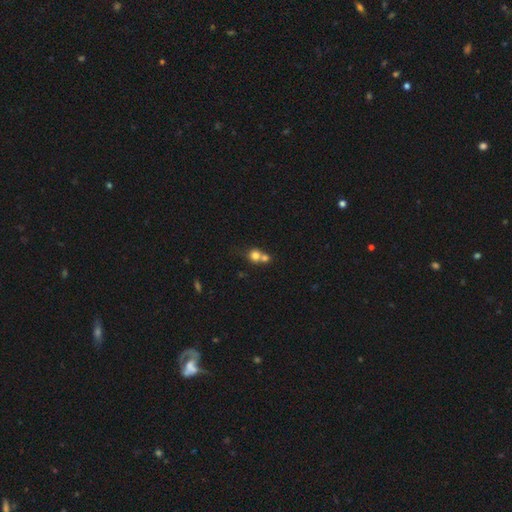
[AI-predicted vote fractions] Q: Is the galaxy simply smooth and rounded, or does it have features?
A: smooth — 76%.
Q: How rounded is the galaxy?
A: round — 84%.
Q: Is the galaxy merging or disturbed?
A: merger — 57%.